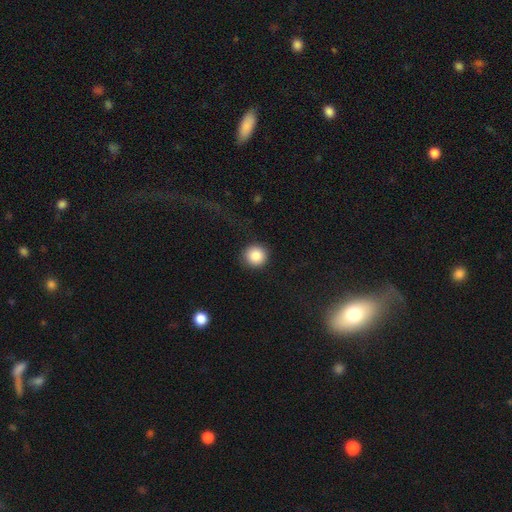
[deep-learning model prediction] Smooth or featured? Predicted: smooth (p=0.87). How rounded? Predicted: round (p=0.94). Merging? Predicted: none (p=0.87).